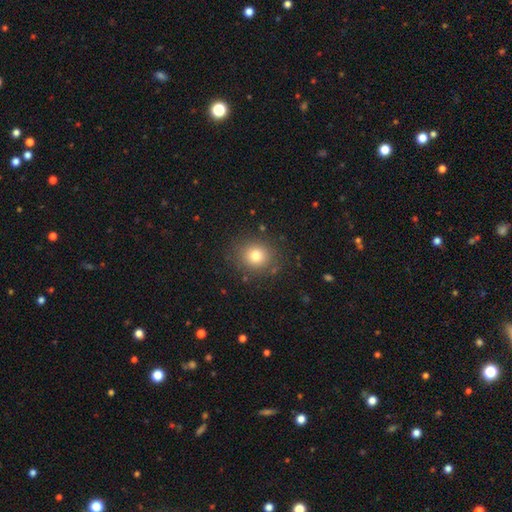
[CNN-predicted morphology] type=smooth (77%); roundness=round (81%); merging=none (86%).